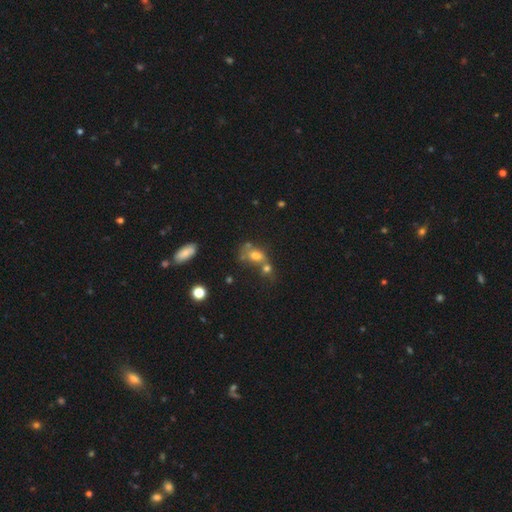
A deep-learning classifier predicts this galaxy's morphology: smooth_or_featured: smooth (p=0.65) [alt: featured or disk p=0.18]
how_rounded: in between (p=0.68) [alt: round p=0.28]
merging: merger (p=0.48) [alt: none p=0.29]